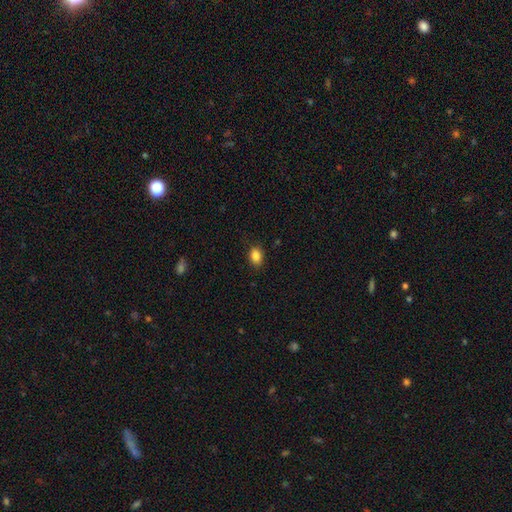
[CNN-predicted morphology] The model was most divided on "how rounded": in between: 77%, round: 22%, cigar-shaped: 1%. More confident: smooth or featured — smooth (87%); merging — none (86%).